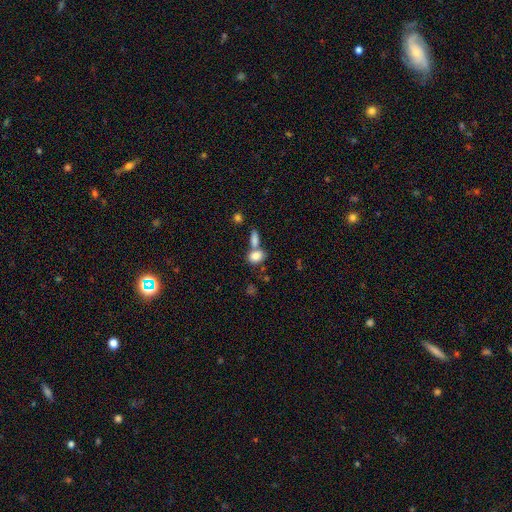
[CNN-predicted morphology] smooth_or_featured: smooth (p=0.83) [alt: featured or disk p=0.09]
how_rounded: in between (p=0.78) [alt: round p=0.19]
merging: merger (p=0.48) [alt: none p=0.37]